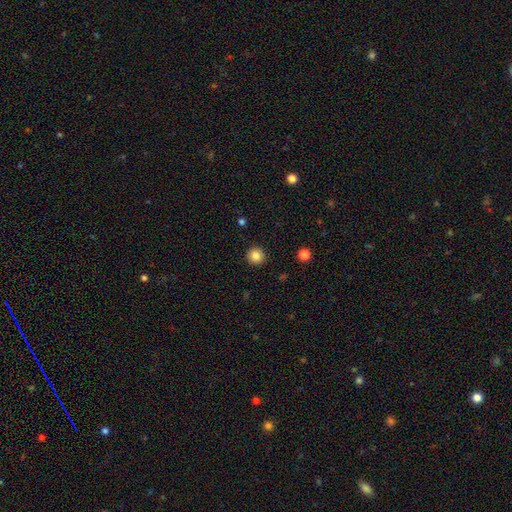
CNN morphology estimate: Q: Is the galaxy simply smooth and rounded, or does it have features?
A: smooth — 84%.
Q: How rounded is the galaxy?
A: round — 95%.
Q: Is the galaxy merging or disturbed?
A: none — 93%.